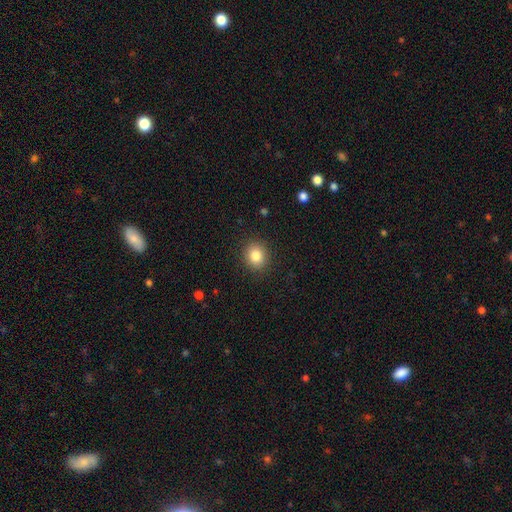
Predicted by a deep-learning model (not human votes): Smooth or featured? smooth (83%)
How rounded? round (77%)
Merging? none (90%)